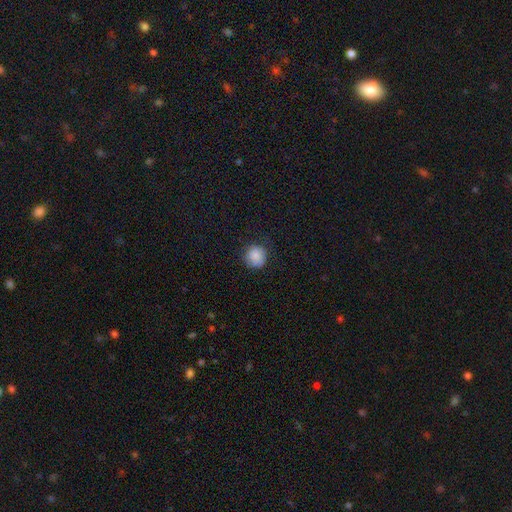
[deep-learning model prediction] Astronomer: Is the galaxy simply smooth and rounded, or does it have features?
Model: smooth — 87%.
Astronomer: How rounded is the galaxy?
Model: round — 90%.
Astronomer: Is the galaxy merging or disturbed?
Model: none — 76%.